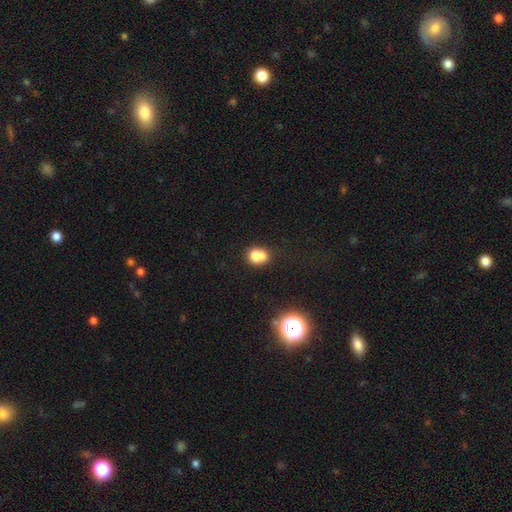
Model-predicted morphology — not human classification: Q: Smooth or featured?
A: smooth (74%); runner-up: featured or disk (15%)
Q: How rounded?
A: round (53%); runner-up: in between (46%)
Q: Merging?
A: merger (45%); runner-up: none (36%)